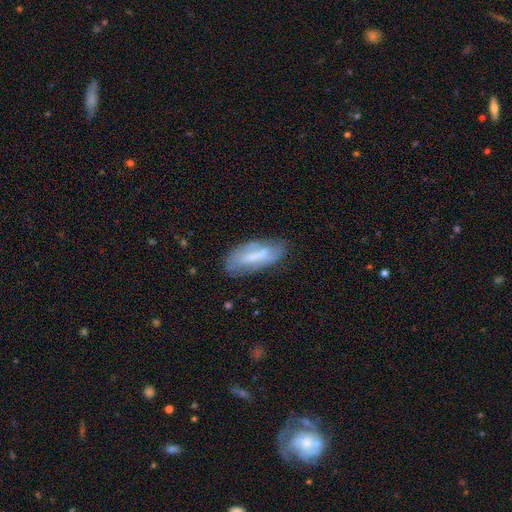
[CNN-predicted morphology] Overall: smooth (52%; featured or disk 41%). How rounded: in between (66%; cigar-shaped 32%). Merging: none (69%).